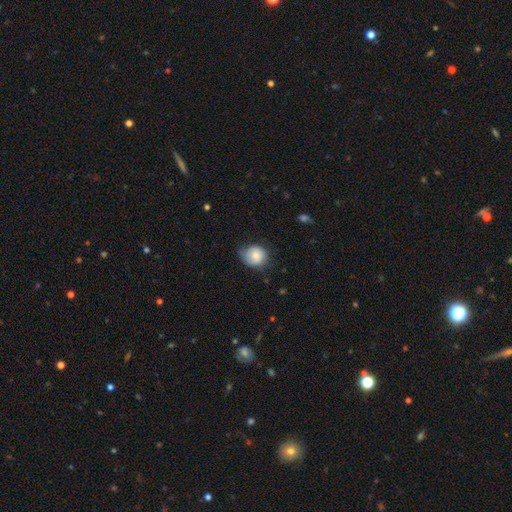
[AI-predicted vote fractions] Smooth or featured? smooth (76%)
How rounded? round (73%)
Merging? none (58%)